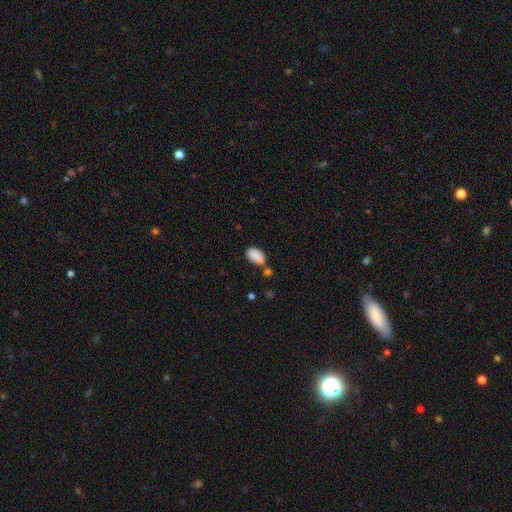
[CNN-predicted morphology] type=smooth (88%); roundness=in between (93%); merging=none (58%).